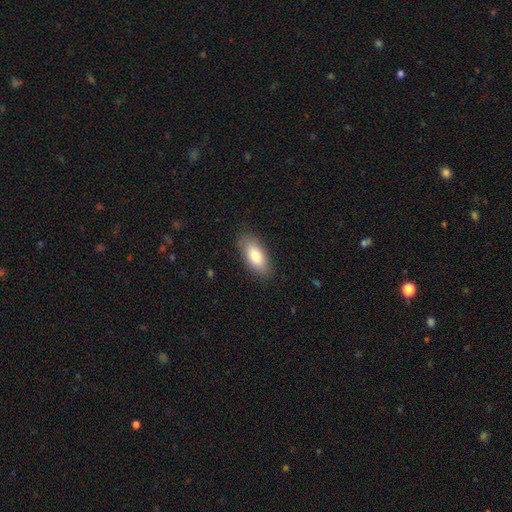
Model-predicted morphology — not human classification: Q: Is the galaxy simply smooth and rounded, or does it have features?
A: smooth — 78%.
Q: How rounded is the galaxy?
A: in between — 89%.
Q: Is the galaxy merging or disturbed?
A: none — 85%.